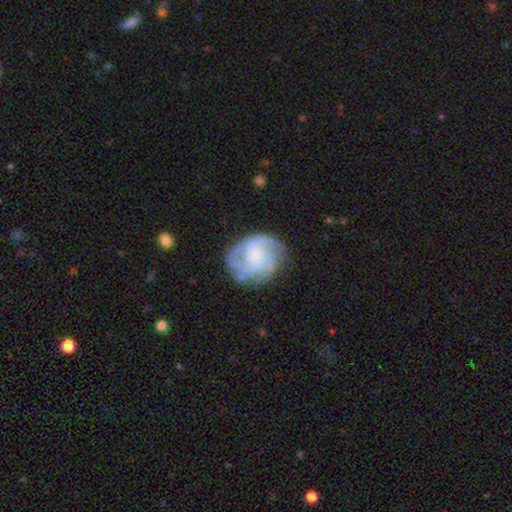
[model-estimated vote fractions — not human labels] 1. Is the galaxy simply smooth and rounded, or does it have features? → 90% featured or disk, 6% smooth, 4% star or artifact.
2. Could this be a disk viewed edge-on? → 98% no, 2% yes.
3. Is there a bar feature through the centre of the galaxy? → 69% no, 26% weak, 5% strong.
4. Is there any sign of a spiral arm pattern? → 98% yes, 2% no.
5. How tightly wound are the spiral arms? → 57% tight, 37% medium, 5% loose.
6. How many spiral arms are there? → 52% 3, 22% 4, 9% 2, 8% can't tell, 5% more than 4, 5% 1.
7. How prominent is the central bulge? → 72% small, 19% moderate, 6% none, 2% large, 1% dominant.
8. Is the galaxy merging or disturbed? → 77% none, 16% minor disturbance, 6% major disturbance, 1% merger.